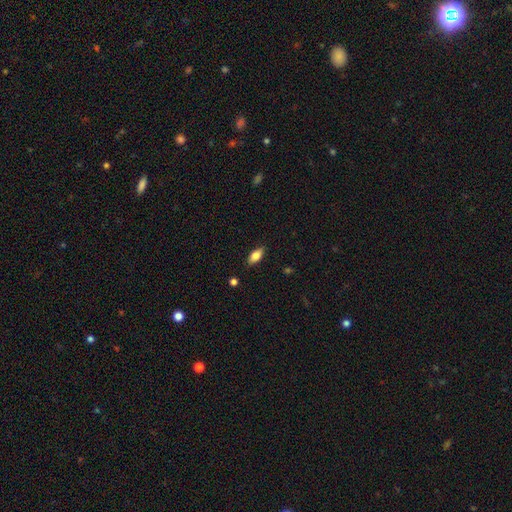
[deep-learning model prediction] Q: Smooth or featured?
A: smooth (79%); runner-up: featured or disk (14%)
Q: How rounded?
A: in between (86%); runner-up: cigar-shaped (11%)
Q: Merging?
A: none (85%); runner-up: minor disturbance (11%)